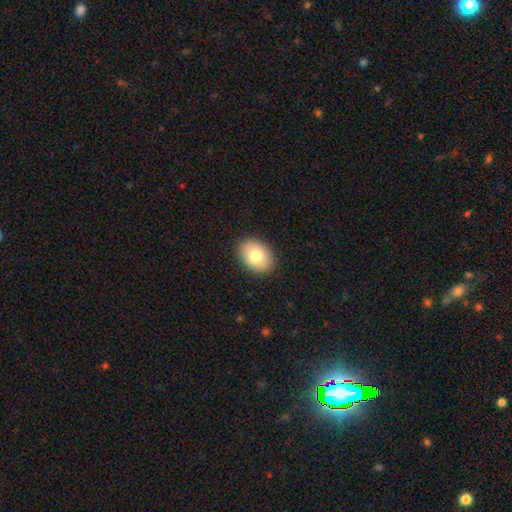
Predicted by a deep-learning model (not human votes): This is likely a smooth galaxy (80%). How rounded: likely in between (80%). Merging: clearly none (89%).